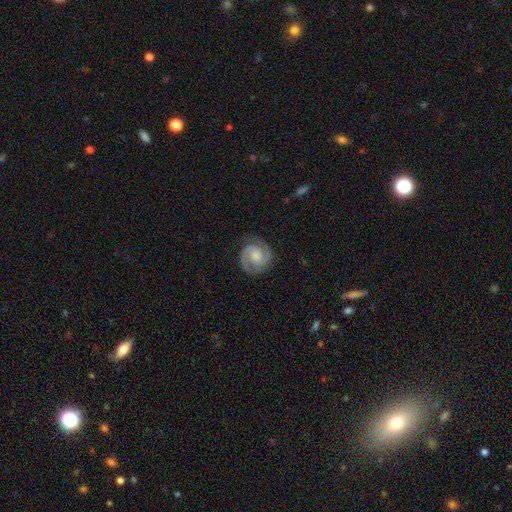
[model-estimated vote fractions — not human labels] A featured or disk galaxy (81%) with no bar (62%), 2 (90%) tight (54%) spiral arms (97%) and a moderate central bulge (47%). Merging: none (82%).